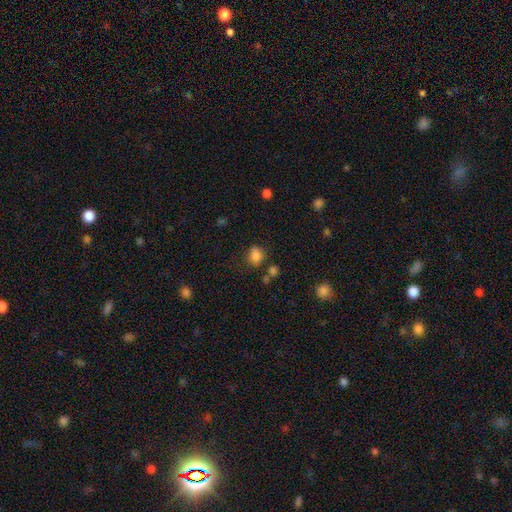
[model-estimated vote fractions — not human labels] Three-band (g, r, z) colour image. It shows a smooth galaxy with no disk features (81%) that is round (60%). Merging: none (62%).